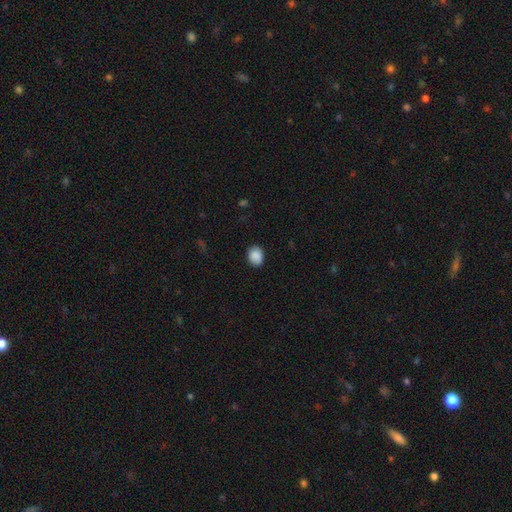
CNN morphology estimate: type=smooth (89%); roundness=in between (52%); merging=none (84%).